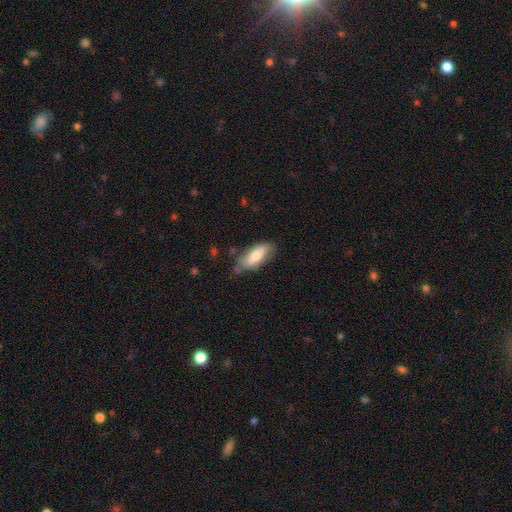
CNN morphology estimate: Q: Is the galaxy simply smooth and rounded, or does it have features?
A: smooth — 71%.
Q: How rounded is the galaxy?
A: in between — 81%.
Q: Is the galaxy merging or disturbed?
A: none — 64%.